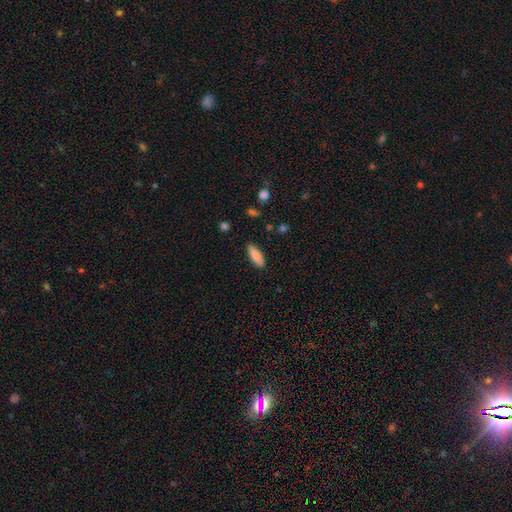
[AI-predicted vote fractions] Smooth or featured?
  - smooth: 86% *
  - featured or disk: 8%
  - star or artifact: 6%
How rounded?
  - in between: 58% *
  - cigar-shaped: 40%
  - round: 2%
Merging?
  - none: 87% *
  - minor disturbance: 9%
  - major disturbance: 2%
  - merger: 1%